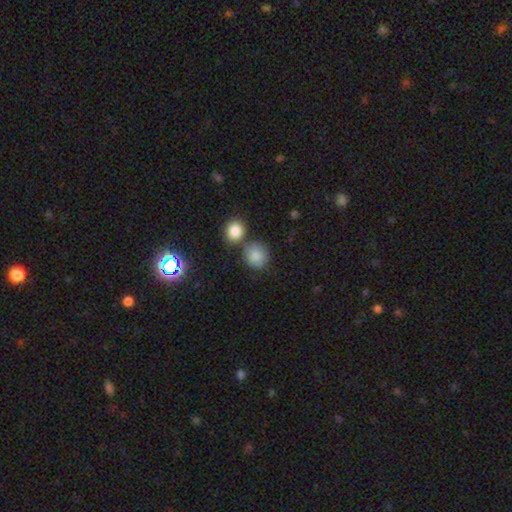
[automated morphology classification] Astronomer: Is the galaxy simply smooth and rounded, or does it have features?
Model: smooth — 82%.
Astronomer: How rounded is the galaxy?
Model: round — 87%.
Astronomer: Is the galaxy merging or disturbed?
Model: none — 65%.